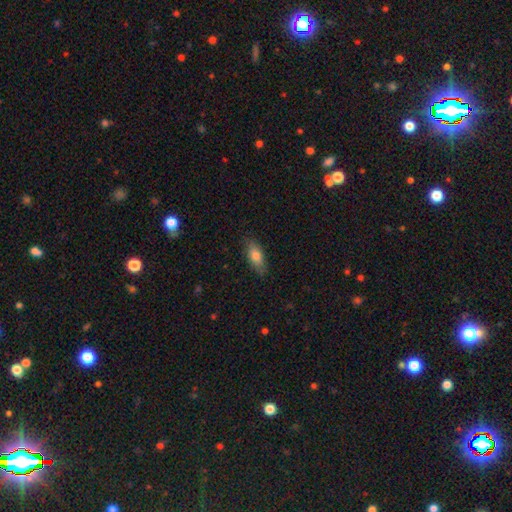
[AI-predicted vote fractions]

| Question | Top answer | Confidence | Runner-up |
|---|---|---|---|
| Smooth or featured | smooth | 76% | featured or disk (17%) |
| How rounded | in between | 79% | cigar-shaped (18%) |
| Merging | none | 83% | minor disturbance (14%) |